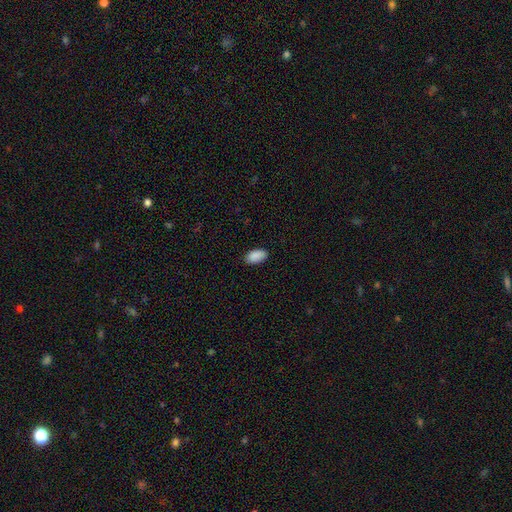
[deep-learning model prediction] smooth 90%, star or artifact 7%, featured or disk 3%. Down the decision tree: how rounded — in between (95%); merging — none (86%).